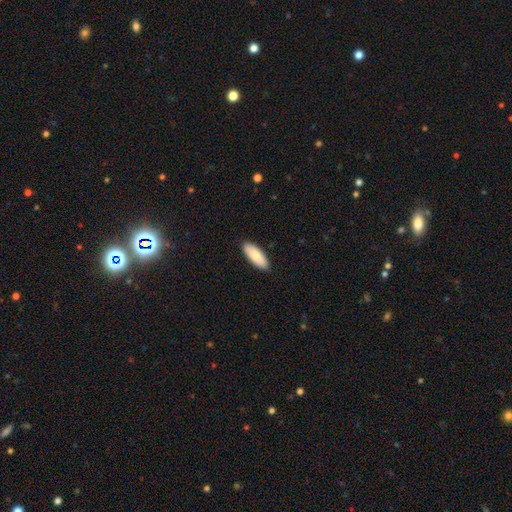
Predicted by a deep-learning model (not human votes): A smooth galaxy with no disk features (82%) that is in between round and cigar-shaped (76%). Merging: none (90%).